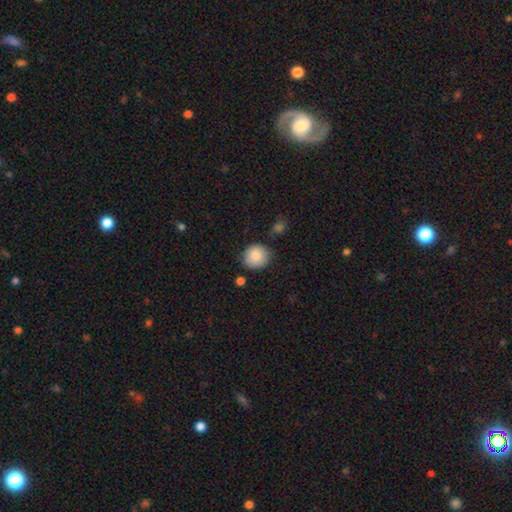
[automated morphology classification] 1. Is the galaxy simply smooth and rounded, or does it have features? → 86% smooth, 8% star or artifact, 6% featured or disk.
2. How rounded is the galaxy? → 85% round, 14% in between, 1% cigar-shaped.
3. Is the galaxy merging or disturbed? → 80% none, 14% minor disturbance, 3% merger, 3% major disturbance.